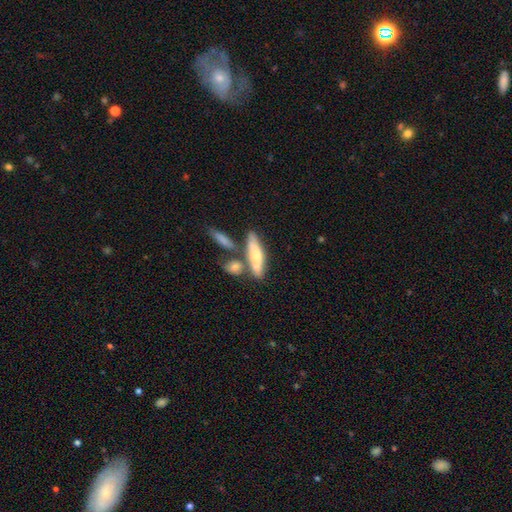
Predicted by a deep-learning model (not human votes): smooth 59%, featured or disk 35%, star or artifact 6%. Down the decision tree: how rounded — cigar-shaped (65%); merging — none (57%).